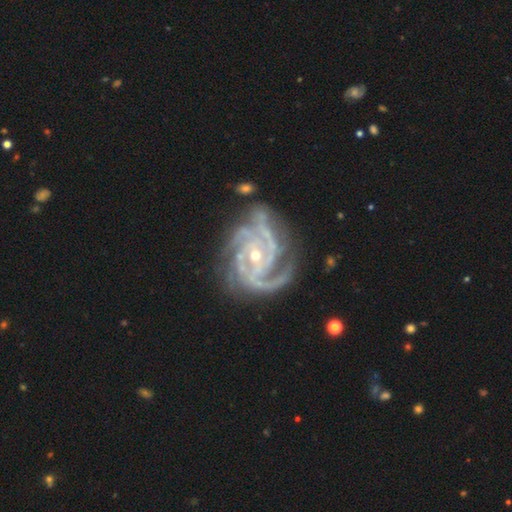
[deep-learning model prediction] Smooth or featured?
  - featured or disk: 93% *
  - star or artifact: 5%
  - smooth: 2%
Edge-on disk?
  - no: 98% *
  - yes: 2%
Bar?
  - no: 59% *
  - weak: 27%
  - strong: 15%
Spiral arms?
  - yes: 99% *
  - no: 1%
Spiral winding?
  - tight: 62% *
  - medium: 34%
  - loose: 4%
Spiral arm count?
  - 3: 37% *
  - 4: 27%
  - 2: 11%
  - can't tell: 11%
  - more than 4: 9%
  - 1: 7%
Bulge size?
  - small: 66% *
  - moderate: 31%
  - large: 1%
  - none: 1%
  - dominant: 1%
Merging?
  - none: 65% *
  - minor disturbance: 21%
  - major disturbance: 11%
  - merger: 3%